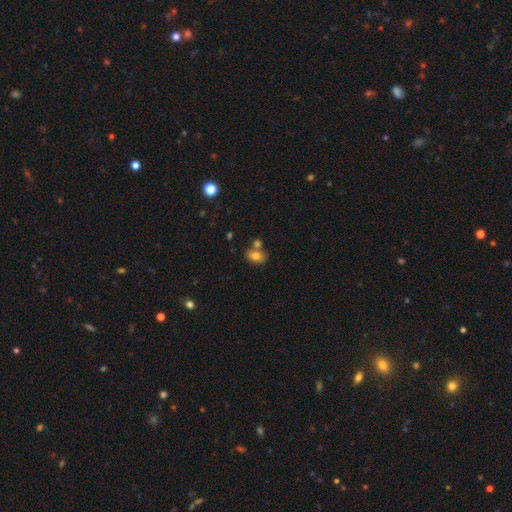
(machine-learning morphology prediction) Smooth or featured?
  - smooth: 79% *
  - featured or disk: 11%
  - star or artifact: 10%
How rounded?
  - in between: 80% *
  - round: 18%
  - cigar-shaped: 2%
Merging?
  - none: 60% *
  - merger: 24%
  - minor disturbance: 12%
  - major disturbance: 3%